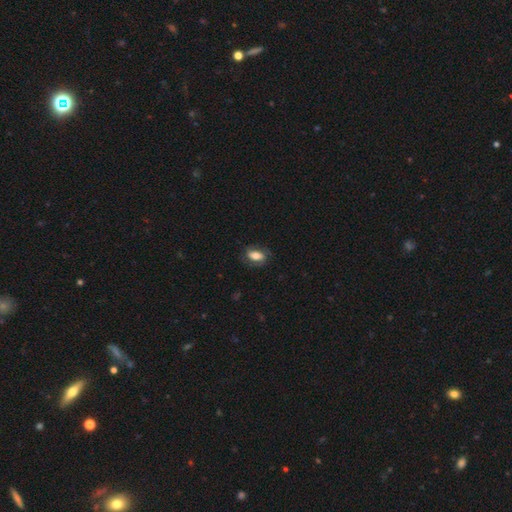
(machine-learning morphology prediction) Overall: smooth (62%; featured or disk 31%). How rounded: in between (87%). Merging: none (73%).